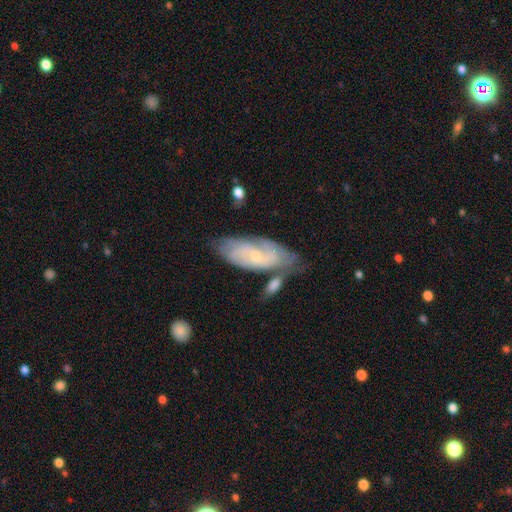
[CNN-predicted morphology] featured or disk 66%, smooth 27%, star or artifact 7%. Down the decision tree: edge-on disk — no (89%); bar — no (63%); spiral arms — yes (84%); bulge size — small (73%); merging — none (56%).